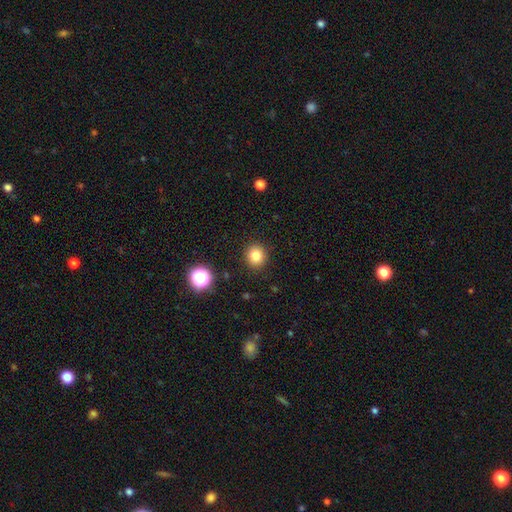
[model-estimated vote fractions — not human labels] Smooth or featured: smooth — 82% (star or artifact — 12%)
How rounded: round — 87% (in between — 12%)
Merging: none — 91% (minor disturbance — 6%)